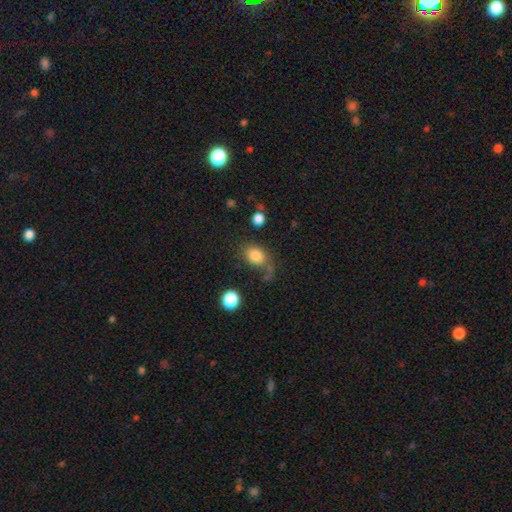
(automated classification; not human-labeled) Smooth or featured: smooth — 82% (star or artifact — 10%)
How rounded: in between — 66% (round — 33%)
Merging: none — 61% (minor disturbance — 19%)